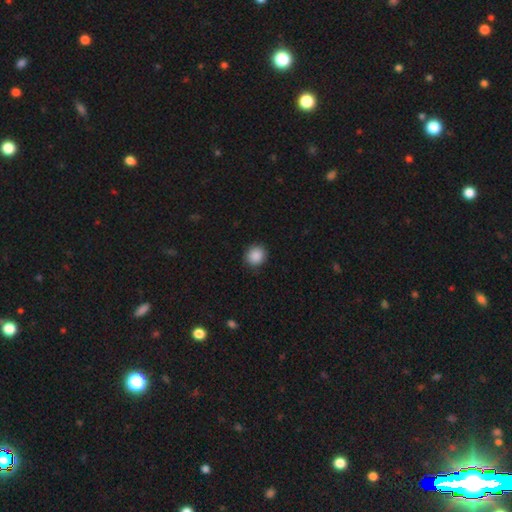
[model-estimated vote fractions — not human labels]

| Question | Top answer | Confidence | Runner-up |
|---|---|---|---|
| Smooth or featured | smooth | 89% | star or artifact (9%) |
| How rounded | round | 86% | in between (13%) |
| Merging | none | 90% | minor disturbance (7%) |